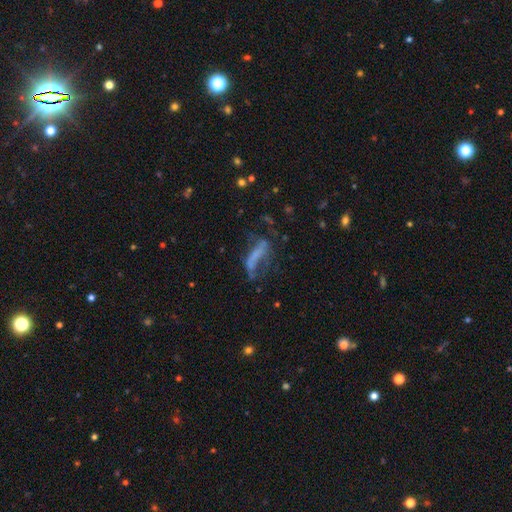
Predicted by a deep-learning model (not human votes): Smooth or featured? Predicted: featured or disk (p=0.46). Merging? Predicted: major disturbance (p=0.41).